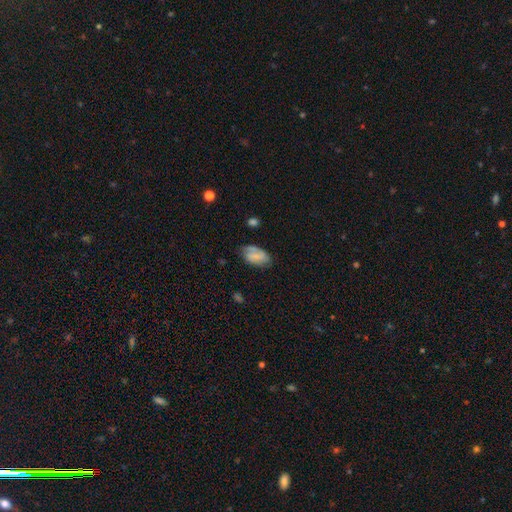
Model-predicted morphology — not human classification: smooth-or-featured: smooth: 54% | featured or disk: 38% | star or artifact: 8%
  how-rounded: in between: 92% | round: 6% | cigar-shaped: 2%
  merging: none: 64% | minor disturbance: 25% | major disturbance: 8% | merger: 2%